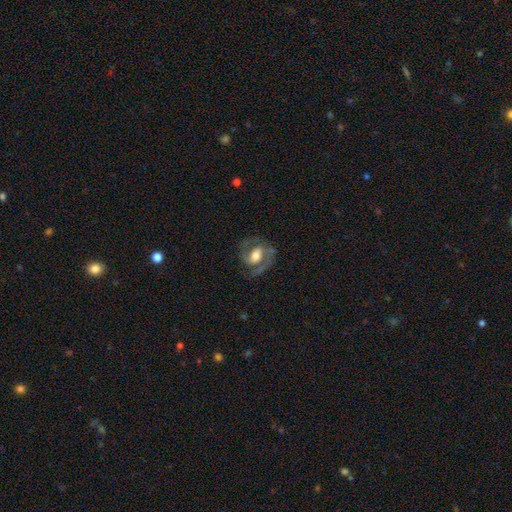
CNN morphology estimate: Smooth or featured: featured or disk — 80% (smooth — 15%)
Edge-on disk: no — 96% (yes — 4%)
Bar: weak — 41% (no — 31%)
Spiral arms: yes — 91% (no — 9%)
Spiral winding: medium — 55% (tight — 27%)
Spiral arm count: 2 — 86% (1 — 5%)
Bulge size: moderate — 58% (large — 25%)
Merging: none — 70% (minor disturbance — 17%)